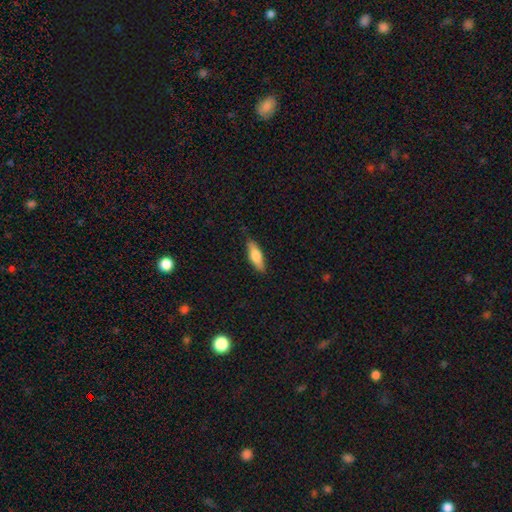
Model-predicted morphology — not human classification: The model was most divided on "how rounded": in between: 51%, cigar-shaped: 47%, round: 2%. More confident: merging — none (85%); smooth or featured — smooth (68%).